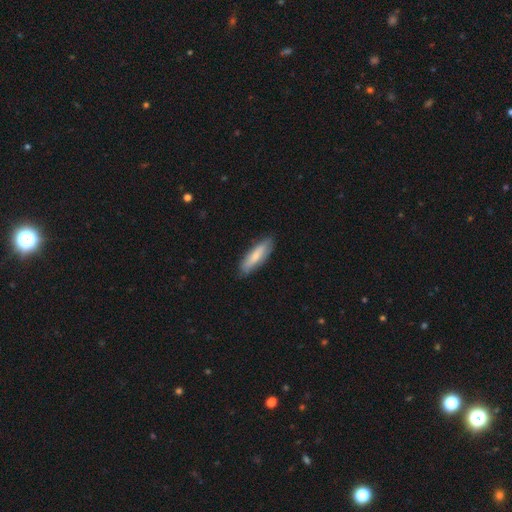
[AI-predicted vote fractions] smooth 70%, featured or disk 25%, star or artifact 5%. Down the decision tree: how rounded — cigar-shaped (55%); merging — none (83%).